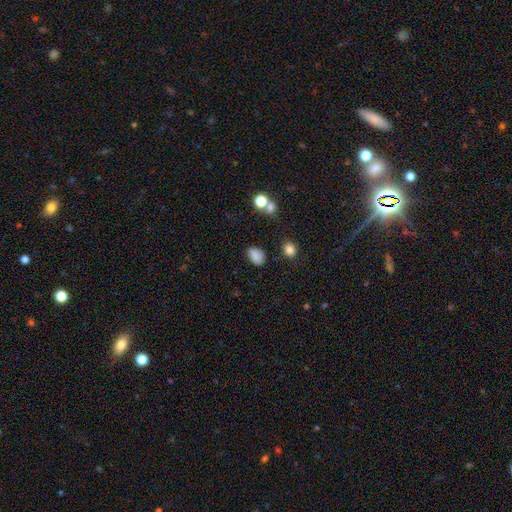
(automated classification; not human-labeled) Morphology: type=smooth (83%); roundness=in between (81%); merging=none (76%).